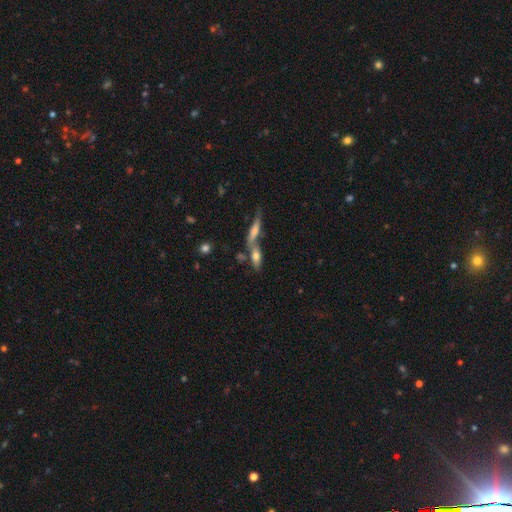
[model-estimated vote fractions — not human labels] Smooth or featured?
  - smooth: 53% *
  - featured or disk: 36%
  - star or artifact: 11%
How rounded?
  - in between: 50% *
  - cigar-shaped: 46%
  - round: 4%
Merging?
  - merger: 47% *
  - none: 39%
  - minor disturbance: 9%
  - major disturbance: 5%